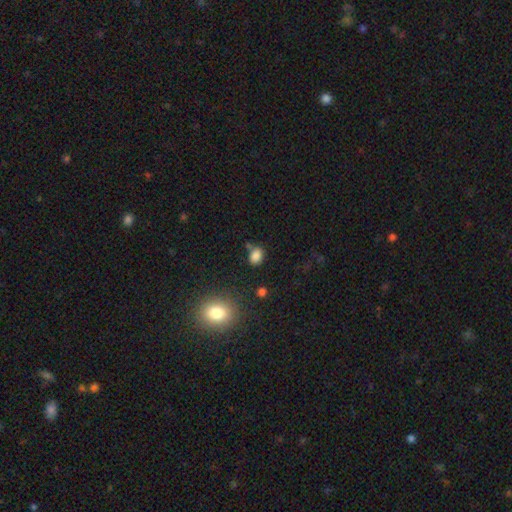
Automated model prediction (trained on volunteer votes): Q: Smooth or featured?
A: smooth (82%); runner-up: star or artifact (13%)
Q: How rounded?
A: in between (64%); runner-up: round (35%)
Q: Merging?
A: none (67%); runner-up: minor disturbance (18%)